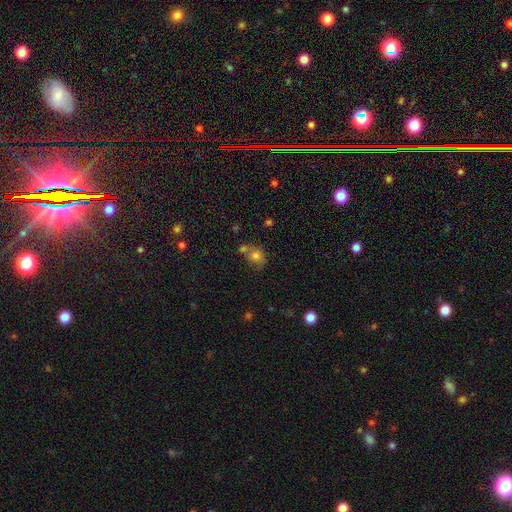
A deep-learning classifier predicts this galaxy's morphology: Overall: smooth (73%). How rounded: round (59%; in between 40%). Merging: none (44%; merger 29%).